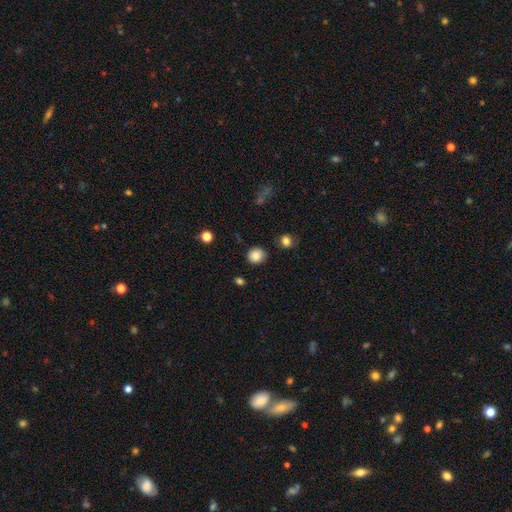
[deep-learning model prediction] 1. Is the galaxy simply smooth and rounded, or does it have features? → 85% smooth, 10% star or artifact, 5% featured or disk.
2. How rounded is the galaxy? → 87% round, 12% in between, 1% cigar-shaped.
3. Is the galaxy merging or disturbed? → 81% none, 14% minor disturbance, 3% major disturbance, 3% merger.